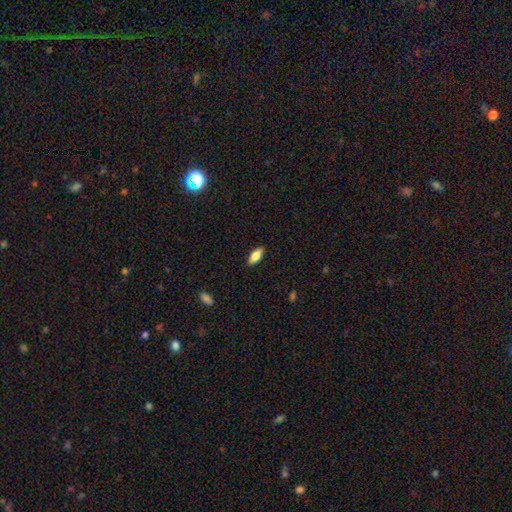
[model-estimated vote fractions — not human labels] A smooth galaxy with no disk features (74%) that is in between round and cigar-shaped (77%).

Vote fractions:
- Smooth or featured? smooth: 74% / featured or disk: 19% / star or artifact: 7%
- How rounded? in between: 77% / cigar-shaped: 21% / round: 2%
- Merging? none: 89% / minor disturbance: 8% / major disturbance: 2% / merger: 1%